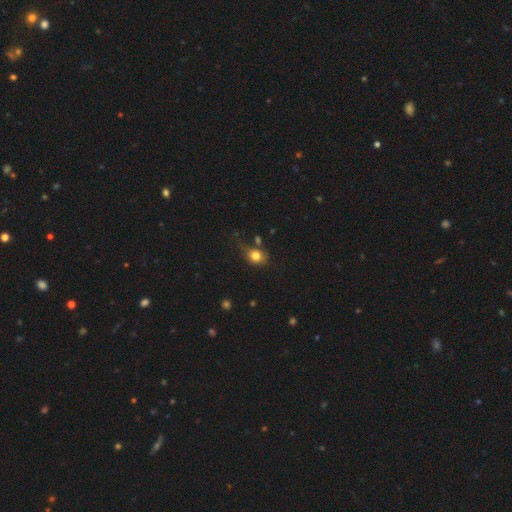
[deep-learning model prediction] Q: Smooth or featured?
A: smooth (80%); runner-up: star or artifact (11%)
Q: How rounded?
A: round (63%); runner-up: in between (36%)
Q: Merging?
A: none (55%); runner-up: minor disturbance (26%)